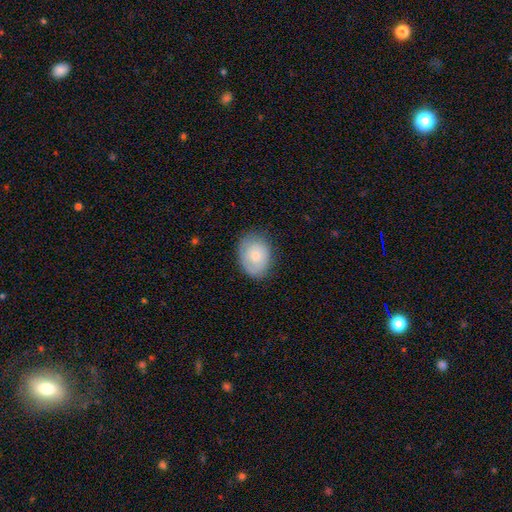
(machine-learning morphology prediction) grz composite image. It shows a smooth galaxy with no disk features (71%) that is in between round and cigar-shaped (54%). Merging: none (77%).